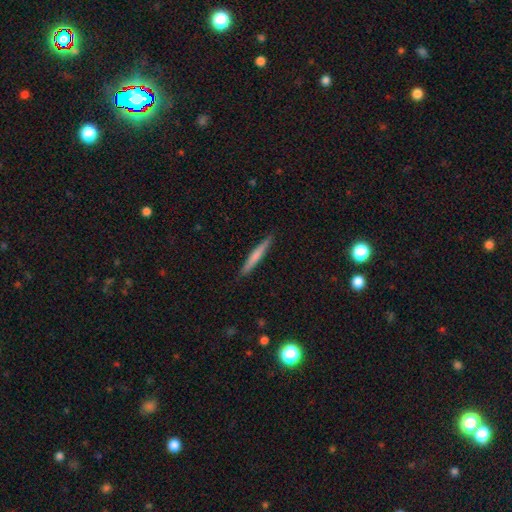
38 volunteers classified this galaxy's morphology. smooth 55%, featured or disk 45%, star or artifact 0%. Down the decision tree: how rounded — cigar-shaped (95%); merging — none (79%).